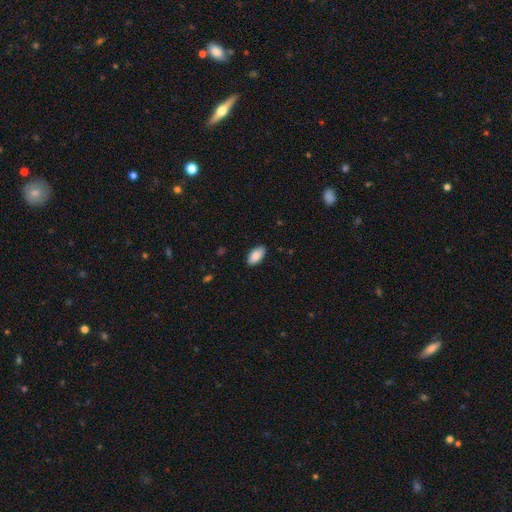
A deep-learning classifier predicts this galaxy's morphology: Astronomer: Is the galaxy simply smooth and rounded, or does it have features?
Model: smooth — 88%.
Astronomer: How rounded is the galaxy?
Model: in between — 95%.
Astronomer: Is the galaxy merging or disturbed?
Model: none — 88%.